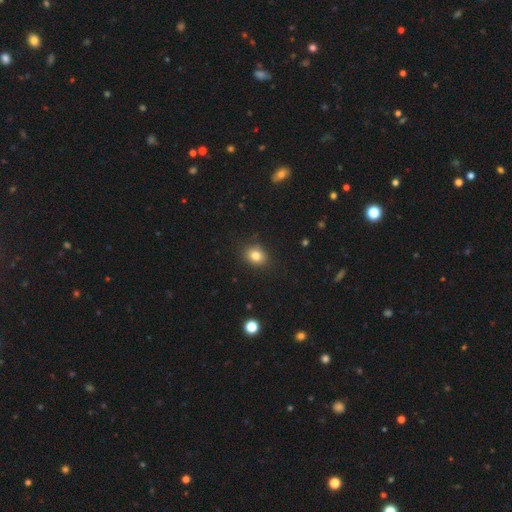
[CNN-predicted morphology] A smooth galaxy with no disk features (82%) that is round (50%).

Vote fractions:
- Smooth or featured? smooth: 82% / star or artifact: 11% / featured or disk: 7%
- How rounded? round: 50% / in between: 49% / cigar-shaped: 1%
- Merging? none: 86% / minor disturbance: 10% / major disturbance: 3% / merger: 1%